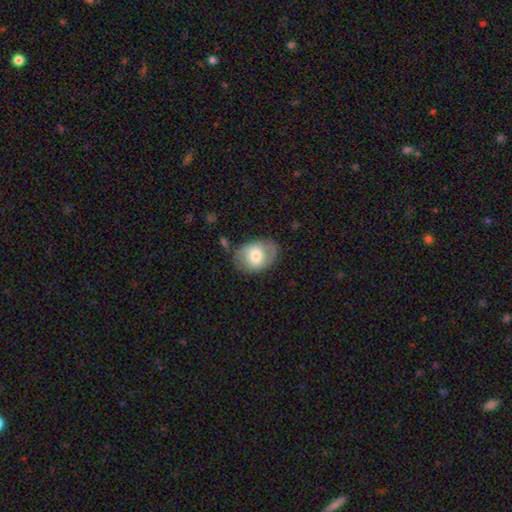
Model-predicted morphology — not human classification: smooth 63%, featured or disk 30%, star or artifact 7%. Down the decision tree: how rounded — in between (67%); merging — none (67%).